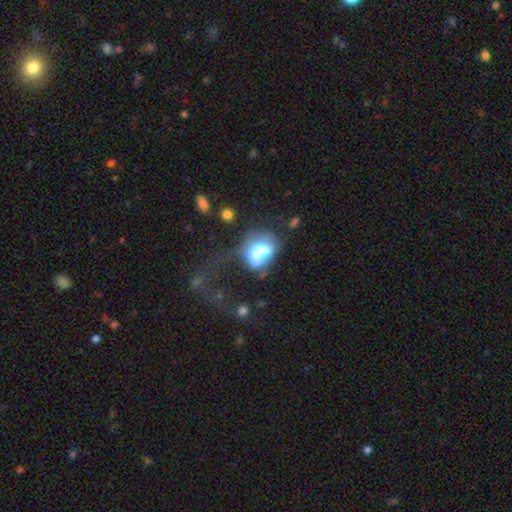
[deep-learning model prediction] Smooth or featured? smooth (57%)
How rounded? in between (58%)
Merging? merger (31%)